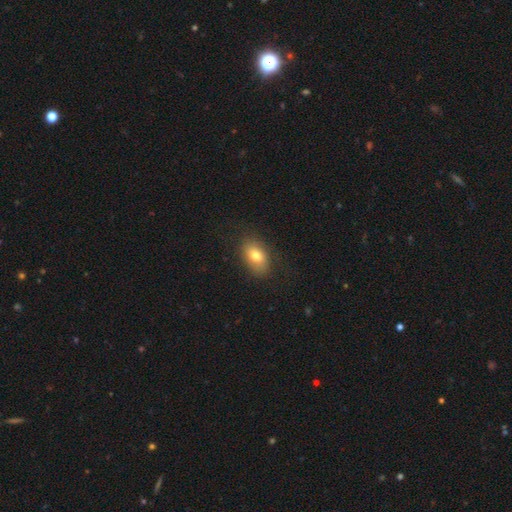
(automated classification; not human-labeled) Smooth or featured? Predicted: smooth (p=0.77). How rounded? Predicted: in between (p=0.86). Merging? Predicted: none (p=0.81).